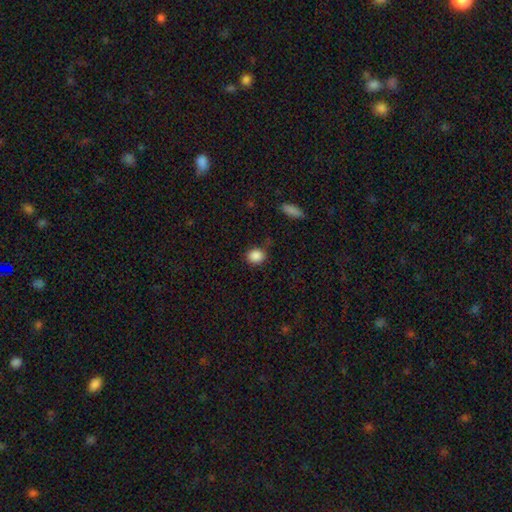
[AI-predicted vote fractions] Morphology: type=smooth (87%); roundness=round (72%); merging=none (83%).